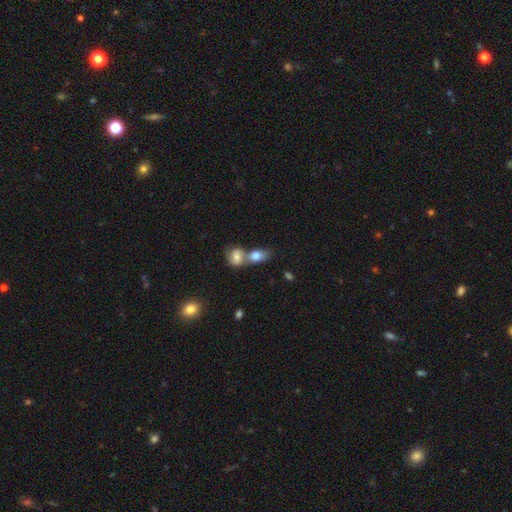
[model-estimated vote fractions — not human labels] Smooth or featured? smooth (78%)
How rounded? in between (74%)
Merging? merger (64%)